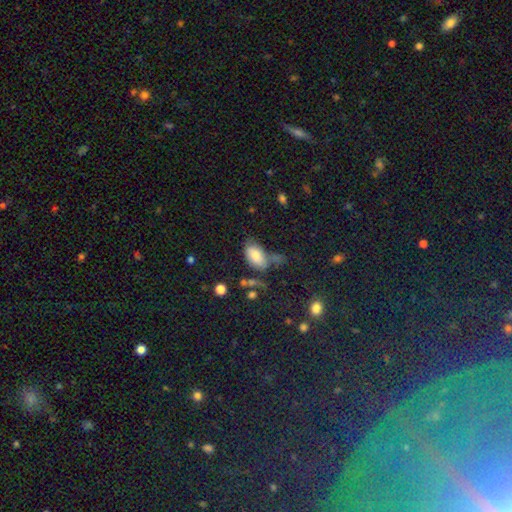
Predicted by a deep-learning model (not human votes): Smooth or featured? smooth (79%)
How rounded? in between (93%)
Merging? none (41%)